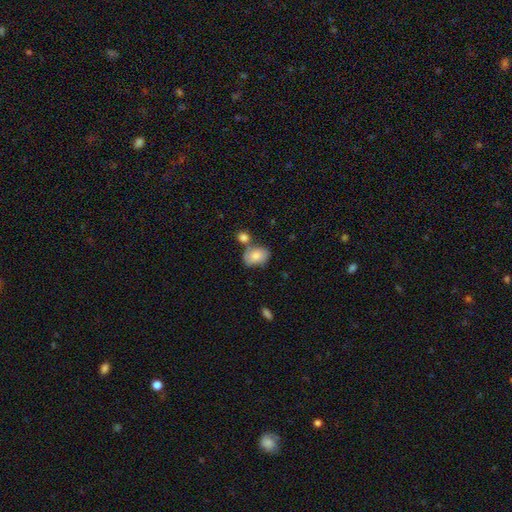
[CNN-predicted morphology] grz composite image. It shows a smooth galaxy with no disk features (76%) that is in between round and cigar-shaped (74%). Merging: none (49%).